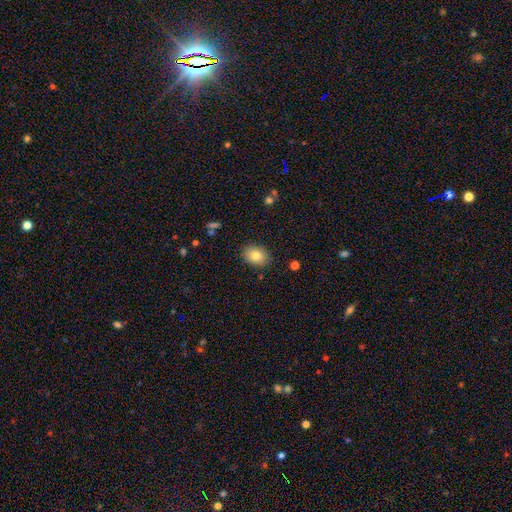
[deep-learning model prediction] smooth 80%, featured or disk 11%, star or artifact 9%. Down the decision tree: how rounded — in between (67%); merging — none (87%).